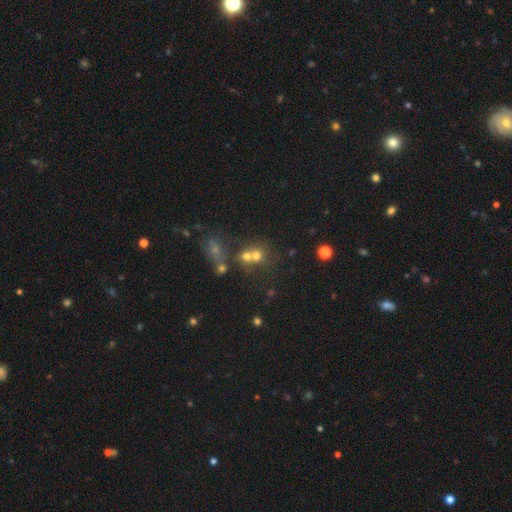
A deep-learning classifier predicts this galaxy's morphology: smooth 62%, star or artifact 20%, featured or disk 18%. Down the decision tree: how rounded — round (76%); merging — merger (52%).